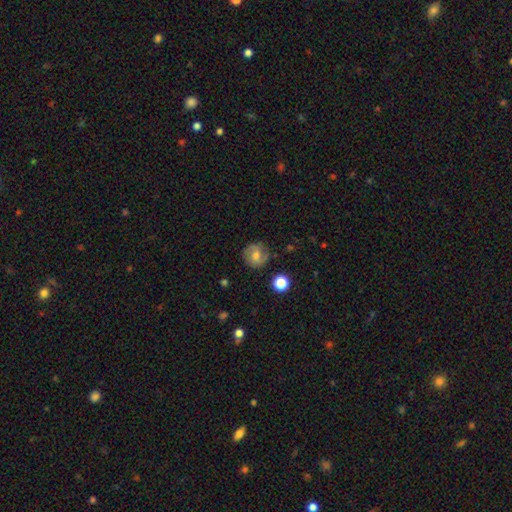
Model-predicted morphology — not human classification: Smooth or featured? Predicted: smooth (p=0.49). Merging? Predicted: none (p=0.80).